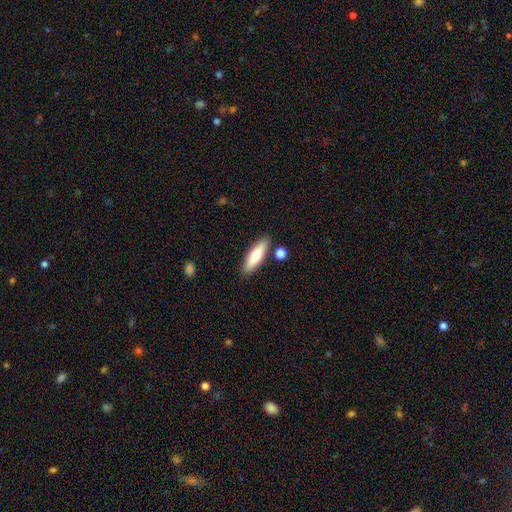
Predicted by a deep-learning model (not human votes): A smooth galaxy with no disk features (64%) that is cigar-shaped (59%). Merging: none (84%).